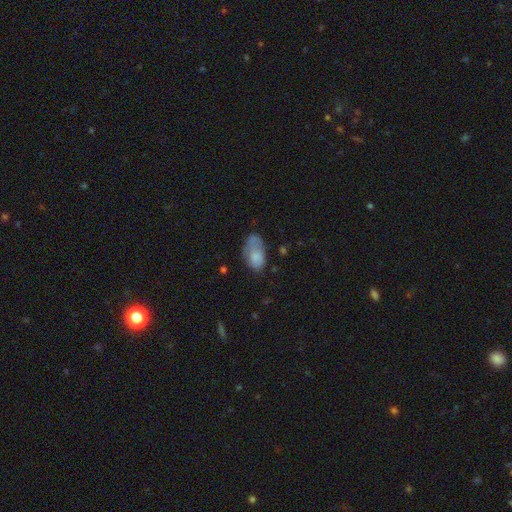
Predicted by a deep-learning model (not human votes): Smooth or featured? smooth (74%)
How rounded? in between (92%)
Merging? none (39%)